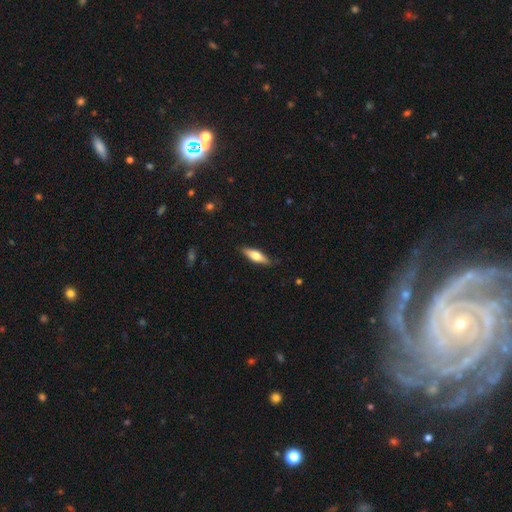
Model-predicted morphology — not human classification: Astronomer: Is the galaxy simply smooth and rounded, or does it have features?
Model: smooth — 54% (runner-up: featured or disk, 40%).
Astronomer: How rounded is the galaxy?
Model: cigar-shaped — 55% (runner-up: in between, 43%).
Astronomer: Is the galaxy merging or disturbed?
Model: none — 84%.